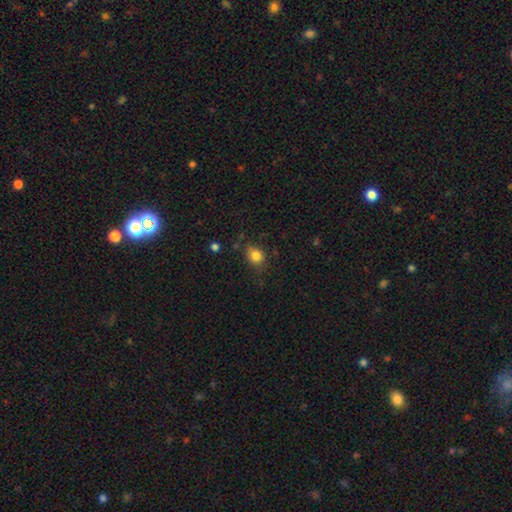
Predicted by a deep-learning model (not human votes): Overall: smooth (83%). How rounded: round (58%; in between 41%). Merging: none (74%).